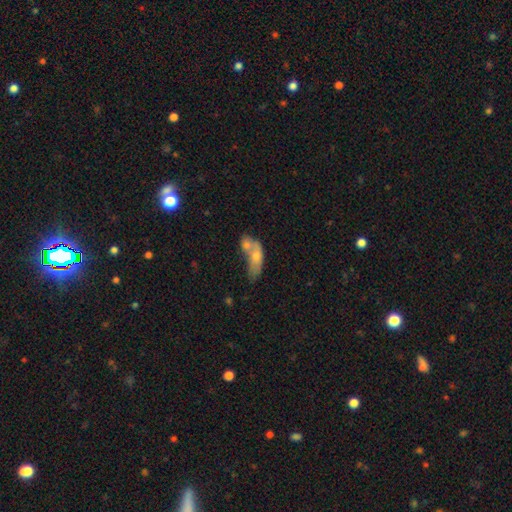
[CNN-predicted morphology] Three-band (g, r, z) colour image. It shows a smooth galaxy with no disk features (56%) that is in between round and cigar-shaped (69%). Merging: merger (60%).